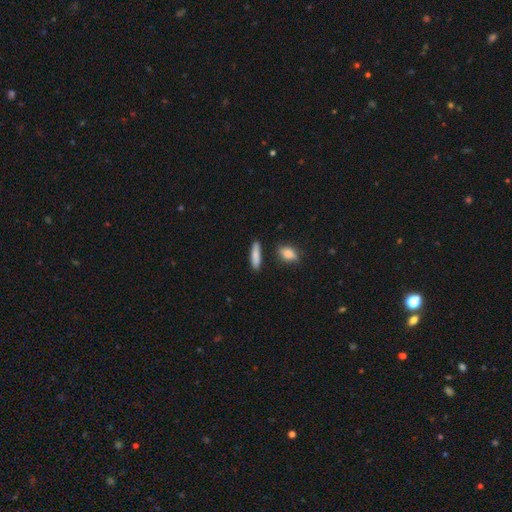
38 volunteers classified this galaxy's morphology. A smooth galaxy with no disk features (84%) that is cigar-shaped (88%). Merging: none (86%).